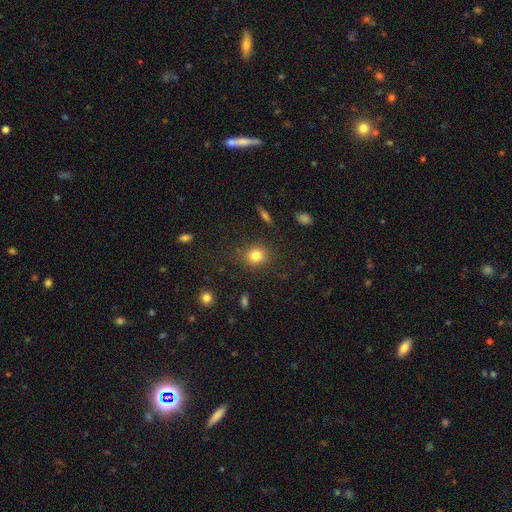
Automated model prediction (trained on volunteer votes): Smooth or featured? Predicted: smooth (p=0.81). How rounded? Predicted: round (p=0.81). Merging? Predicted: none (p=0.83).